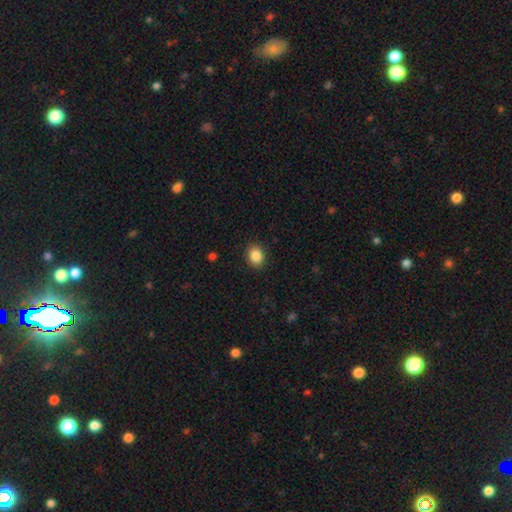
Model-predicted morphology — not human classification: A smooth galaxy with no disk features (88%) that is in between round and cigar-shaped (51%). Merging: none (89%).